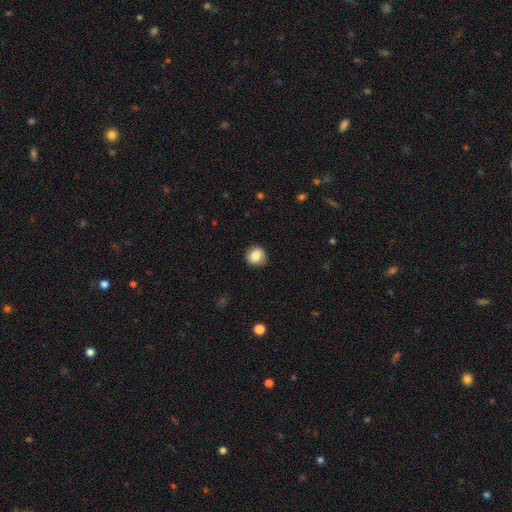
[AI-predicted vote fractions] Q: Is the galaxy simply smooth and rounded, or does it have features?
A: smooth — 83%.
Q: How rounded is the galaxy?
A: round — 87%.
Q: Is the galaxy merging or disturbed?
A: none — 81%.